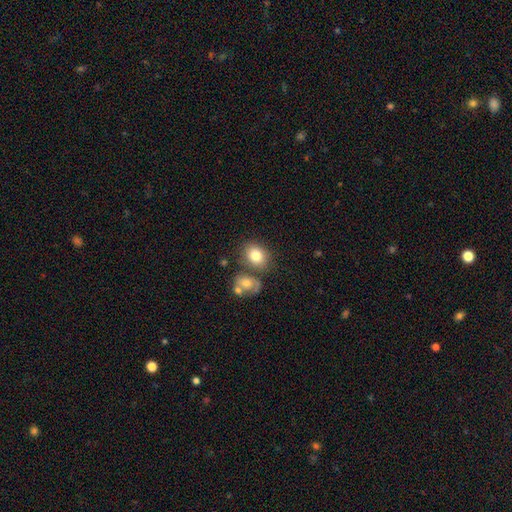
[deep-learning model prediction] Overall: smooth (80%). How rounded: in between (56%; round 43%). Merging: none (61%).